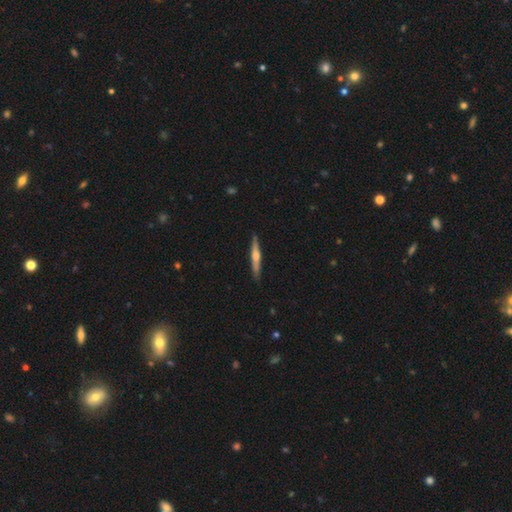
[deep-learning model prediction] The model was most divided on "smooth or featured": featured or disk: 60%, smooth: 34%, star or artifact: 6%. More confident: edge-on disk — yes (97%); merging — none (89%); edge-on bulge — rounded (79%).